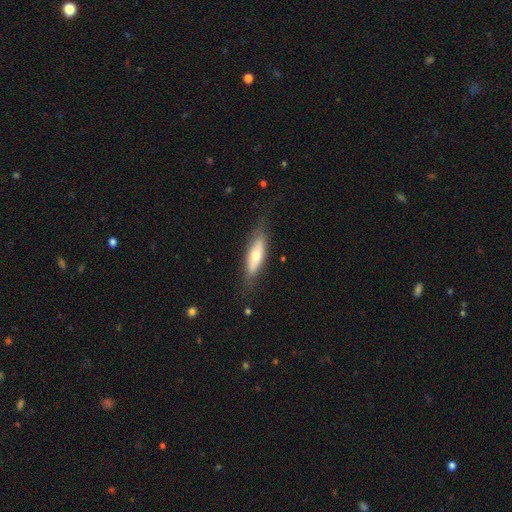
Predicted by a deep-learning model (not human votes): smooth-or-featured: smooth: 52% | featured or disk: 42% | star or artifact: 6%
  how-rounded: cigar-shaped: 52% | in between: 46% | round: 2%
  merging: none: 73% | minor disturbance: 20% | major disturbance: 6% | merger: 1%